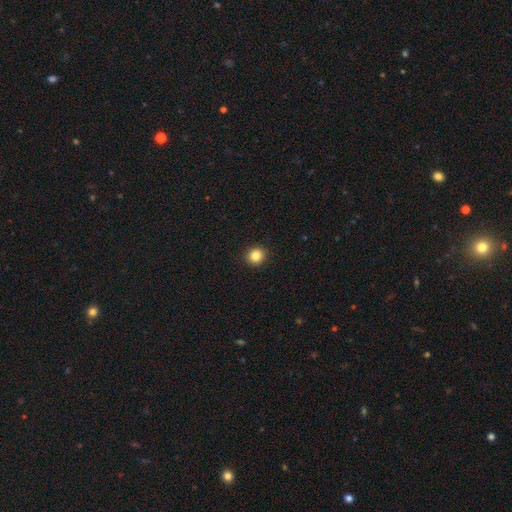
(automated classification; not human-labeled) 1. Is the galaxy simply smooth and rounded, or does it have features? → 84% smooth, 11% star or artifact, 5% featured or disk.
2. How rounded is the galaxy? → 88% round, 11% in between, 1% cigar-shaped.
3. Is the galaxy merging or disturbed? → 93% none, 5% minor disturbance, 2% major disturbance, 1% merger.